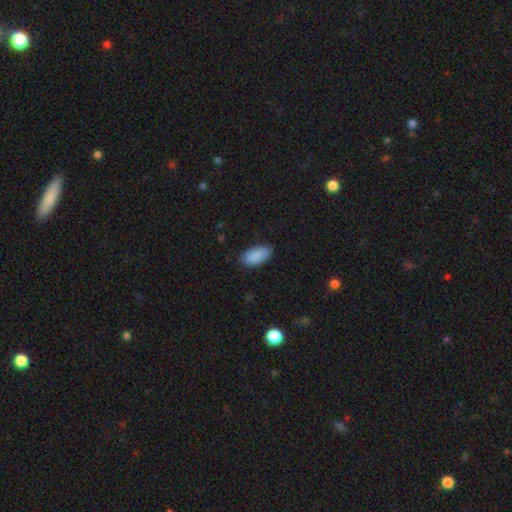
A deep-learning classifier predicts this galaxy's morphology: Q: Smooth or featured?
A: smooth (89%); runner-up: star or artifact (7%)
Q: How rounded?
A: in between (92%); runner-up: cigar-shaped (5%)
Q: Merging?
A: none (80%); runner-up: minor disturbance (16%)